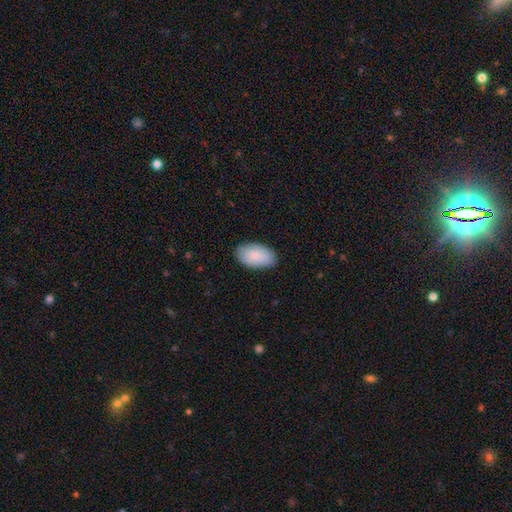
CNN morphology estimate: The model was most divided on "merging": none: 84%, minor disturbance: 12%, major disturbance: 2%, merger: 1%. More confident: how rounded — in between (95%); smooth or featured — smooth (86%).